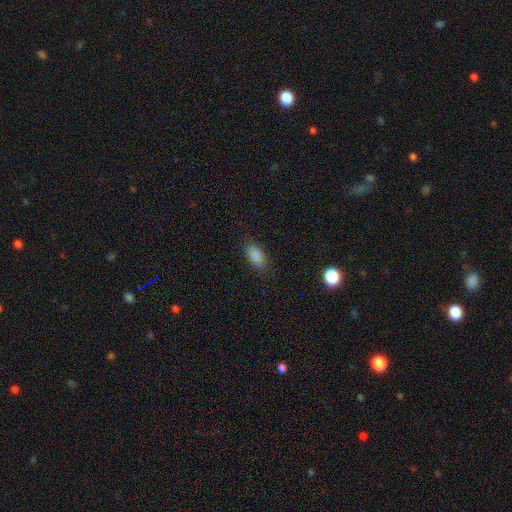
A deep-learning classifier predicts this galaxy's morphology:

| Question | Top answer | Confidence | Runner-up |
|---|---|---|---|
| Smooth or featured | smooth | 81% | star or artifact (12%) |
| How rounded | in between | 90% | round (7%) |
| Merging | none | 79% | minor disturbance (15%) |